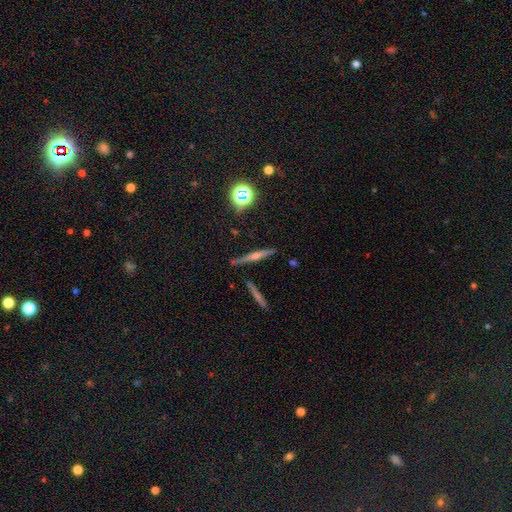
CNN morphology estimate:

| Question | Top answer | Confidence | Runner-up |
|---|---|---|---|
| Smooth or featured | featured or disk | 65% | smooth (23%) |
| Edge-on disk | yes | 96% | no (4%) |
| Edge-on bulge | rounded | 77% | none (13%) |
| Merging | none | 86% | minor disturbance (9%) |